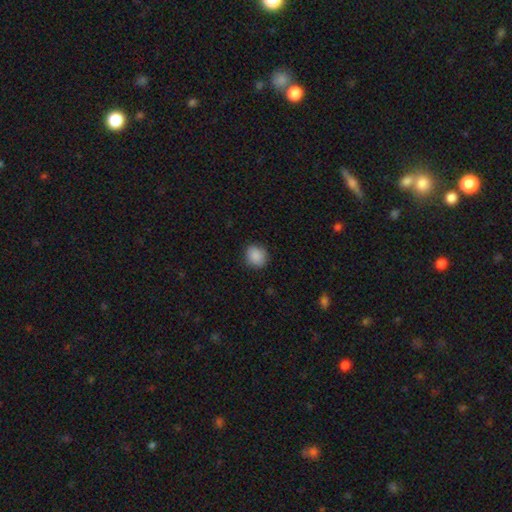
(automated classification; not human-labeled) smooth_or_featured: smooth (p=0.88) [alt: star or artifact p=0.09]
how_rounded: round (p=0.77) [alt: in between p=0.22]
merging: none (p=0.87) [alt: minor disturbance p=0.10]